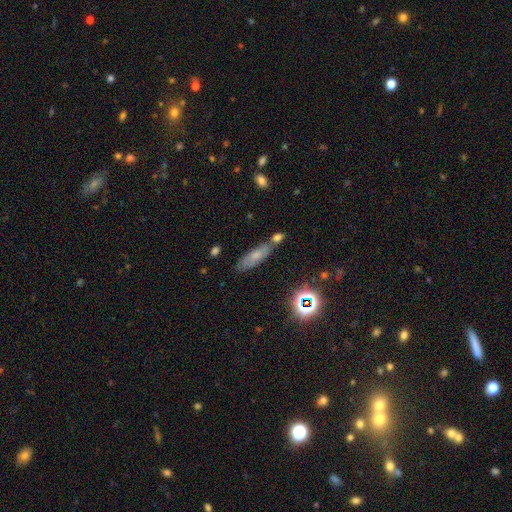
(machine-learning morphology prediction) This is possibly a smooth galaxy (59%). How rounded: possibly cigar-shaped (52%). Merging: possibly none (58%).